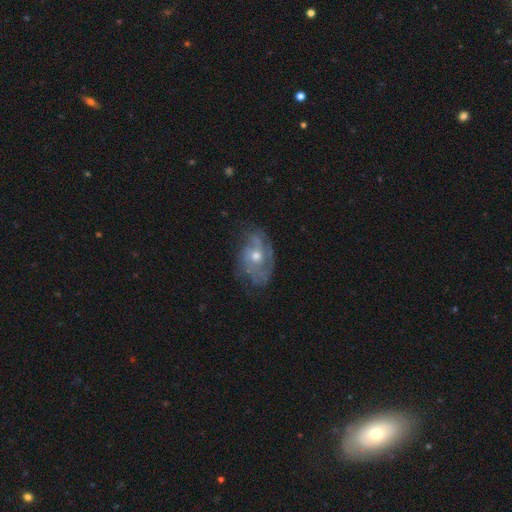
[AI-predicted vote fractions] Smooth or featured?
  - featured or disk: 79% *
  - smooth: 14%
  - star or artifact: 7%
Edge-on disk?
  - no: 96% *
  - yes: 4%
Bar?
  - no: 77% *
  - weak: 19%
  - strong: 3%
Spiral arms?
  - yes: 88% *
  - no: 12%
Spiral winding?
  - tight: 47% *
  - medium: 37%
  - loose: 15%
Spiral arm count?
  - can't tell: 34% *
  - 2: 28%
  - 3: 22%
  - 4: 6%
  - 1: 6%
  - more than 4: 4%
Bulge size?
  - moderate: 64% *
  - small: 31%
  - large: 3%
  - none: 1%
  - dominant: 1%
Merging?
  - none: 63% *
  - minor disturbance: 24%
  - major disturbance: 11%
  - merger: 2%